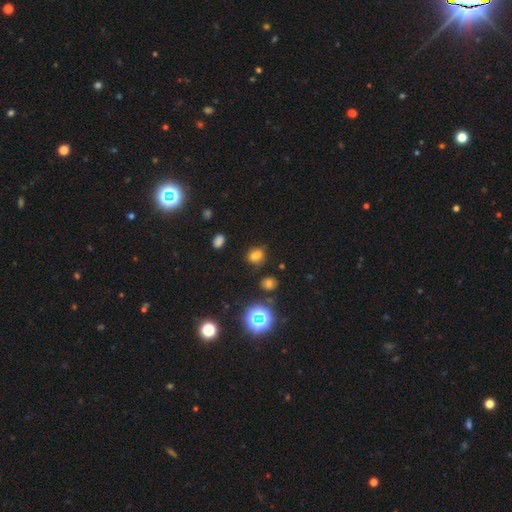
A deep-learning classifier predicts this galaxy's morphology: Smooth or featured? Predicted: smooth (p=0.65). How rounded? Predicted: round (p=0.53). Merging? Predicted: none (p=0.70).